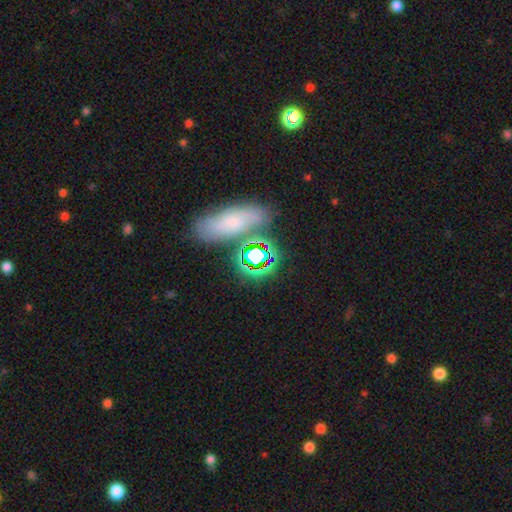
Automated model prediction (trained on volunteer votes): star or artifact 41%, smooth 37%, featured or disk 21%.